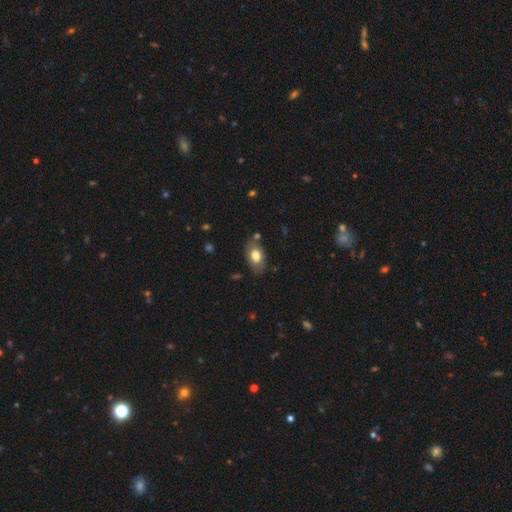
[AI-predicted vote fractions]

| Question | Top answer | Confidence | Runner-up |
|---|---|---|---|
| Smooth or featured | smooth | 76% | featured or disk (17%) |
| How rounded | in between | 88% | round (10%) |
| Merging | none | 75% | minor disturbance (17%) |